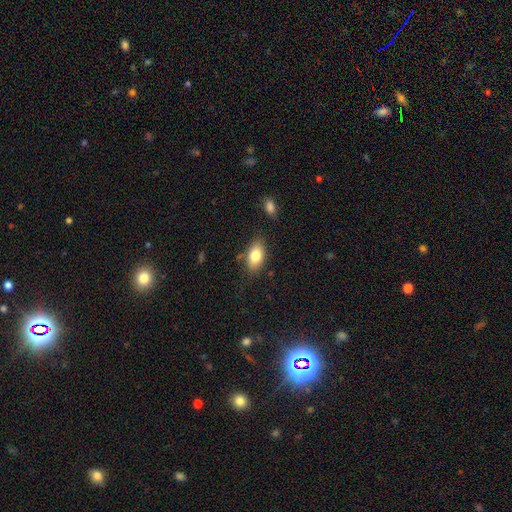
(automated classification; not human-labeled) Morphology: type=smooth (79%); roundness=in between (90%); merging=none (77%).